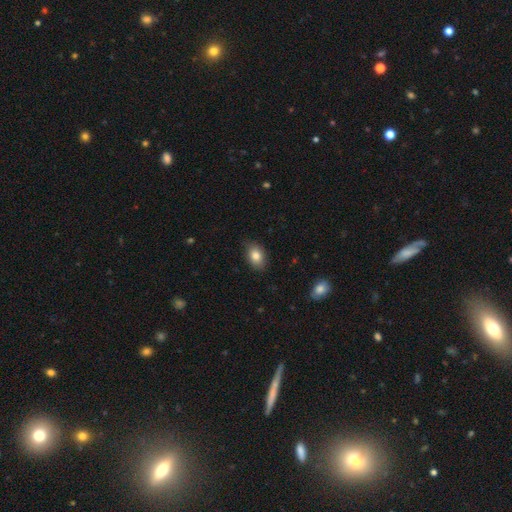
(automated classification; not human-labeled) Smooth or featured: smooth — 83% (featured or disk — 8%)
How rounded: in between — 82% (round — 16%)
Merging: none — 85% (minor disturbance — 12%)